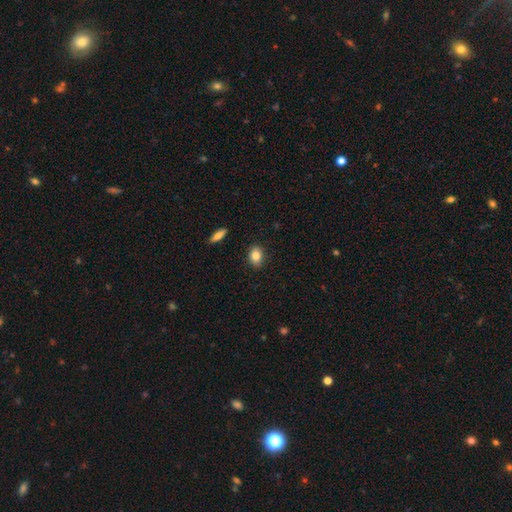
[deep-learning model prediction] The model was most divided on "how rounded": in between: 70%, round: 28%, cigar-shaped: 2%. More confident: merging — none (87%); smooth or featured — smooth (84%).